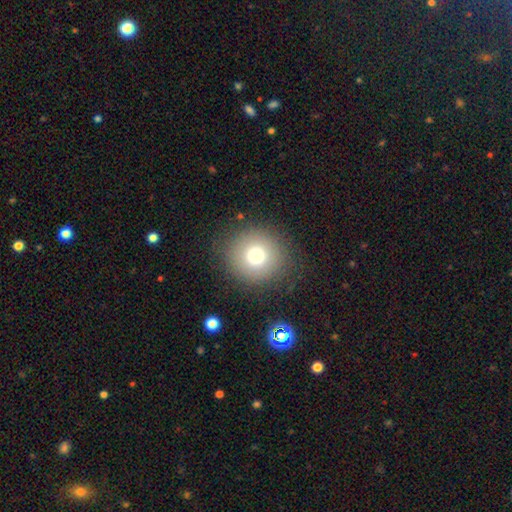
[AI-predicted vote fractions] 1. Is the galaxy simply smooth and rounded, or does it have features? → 76% smooth, 13% star or artifact, 12% featured or disk.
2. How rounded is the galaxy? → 92% round, 7% in between, 1% cigar-shaped.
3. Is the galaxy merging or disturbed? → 86% none, 9% minor disturbance, 4% major disturbance, 2% merger.